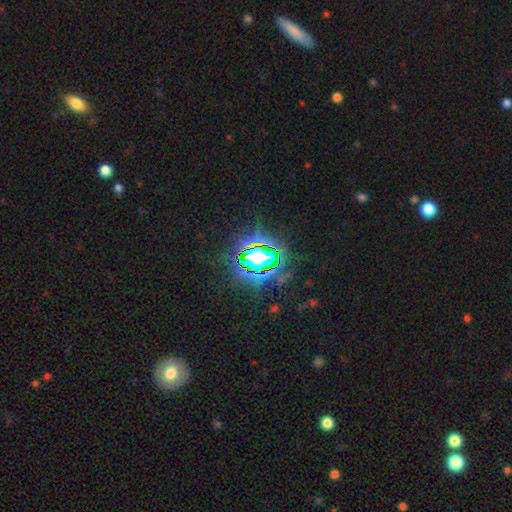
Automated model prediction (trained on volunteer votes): The model was most divided on "smooth or featured": star or artifact: 73%, smooth: 16%, featured or disk: 11%.